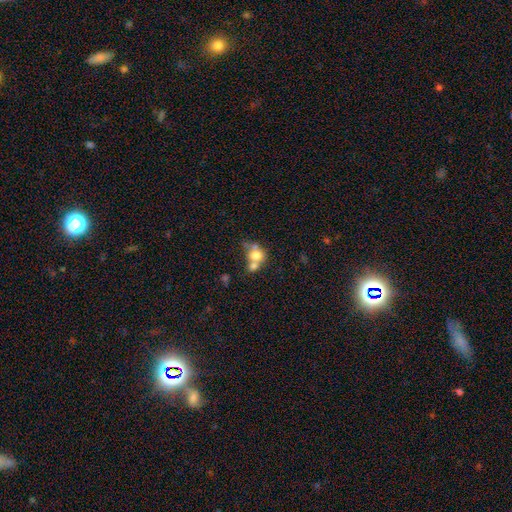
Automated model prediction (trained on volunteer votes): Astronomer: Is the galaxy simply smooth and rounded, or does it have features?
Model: smooth — 69%.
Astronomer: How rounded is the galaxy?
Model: round — 63%.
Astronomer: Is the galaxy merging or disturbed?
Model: merger — 60%.